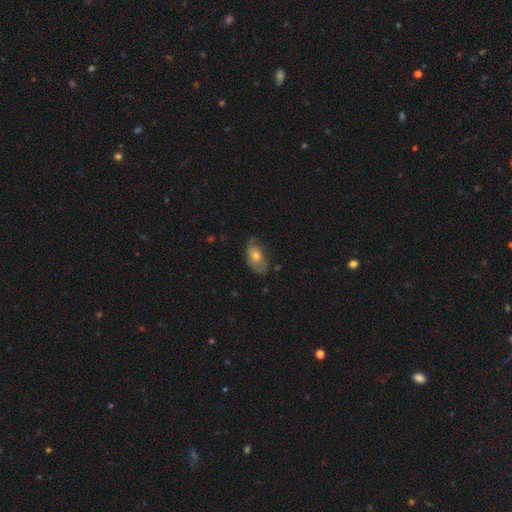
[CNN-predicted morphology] This appears to be a smooth galaxy with no disk features (47%). Merging: none (60%).